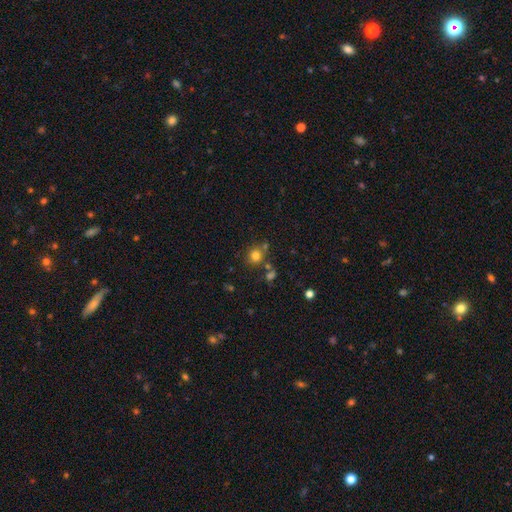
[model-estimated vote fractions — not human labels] Q: Smooth or featured?
A: smooth (77%); runner-up: star or artifact (15%)
Q: How rounded?
A: round (86%); runner-up: in between (13%)
Q: Merging?
A: none (73%); runner-up: merger (13%)